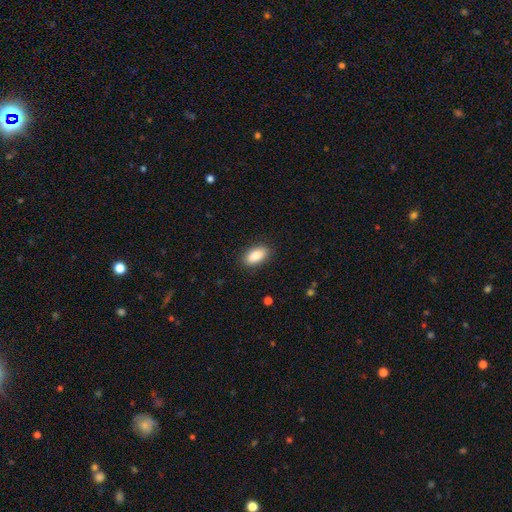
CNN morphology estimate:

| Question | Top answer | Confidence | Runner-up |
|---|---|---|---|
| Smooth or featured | smooth | 88% | star or artifact (7%) |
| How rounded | in between | 92% | cigar-shaped (5%) |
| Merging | none | 88% | minor disturbance (9%) |